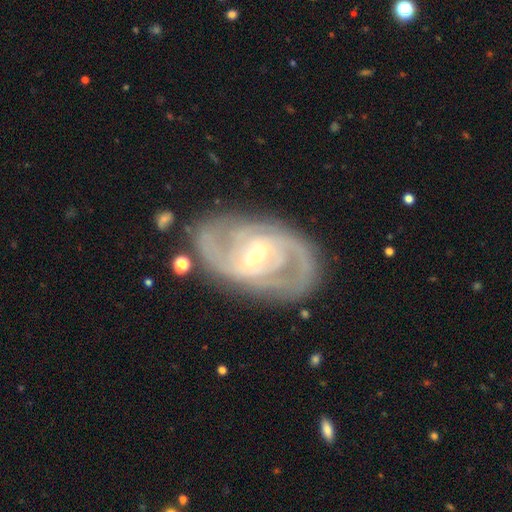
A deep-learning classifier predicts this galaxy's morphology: Smooth or featured? featured or disk (89%)
Edge-on disk? no (96%)
Bar? weak (50%)
Spiral arms? yes (97%)
Spiral winding? tight (50%)
Spiral arm count? 2 (61%)
Bulge size? small (56%)
Merging? none (78%)